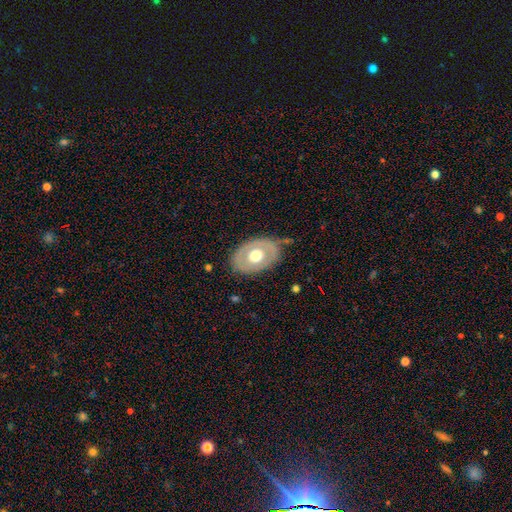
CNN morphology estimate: Smooth or featured?
  - smooth: 48% *
  - featured or disk: 46%
  - star or artifact: 6%
Merging?
  - none: 75% *
  - minor disturbance: 17%
  - major disturbance: 6%
  - merger: 2%